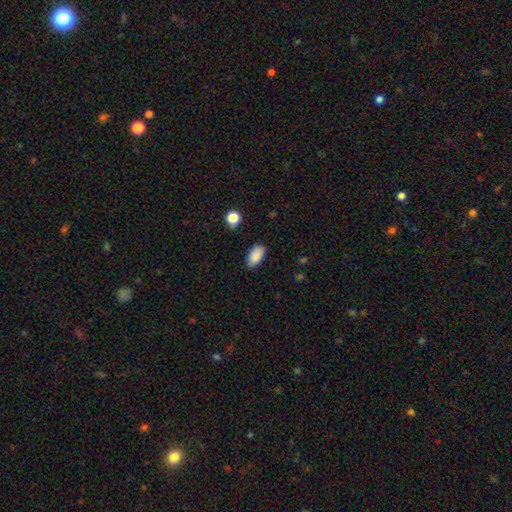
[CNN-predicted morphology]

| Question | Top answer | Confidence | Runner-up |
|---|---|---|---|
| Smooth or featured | smooth | 89% | star or artifact (8%) |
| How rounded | in between | 94% | round (3%) |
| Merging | none | 81% | minor disturbance (15%) |